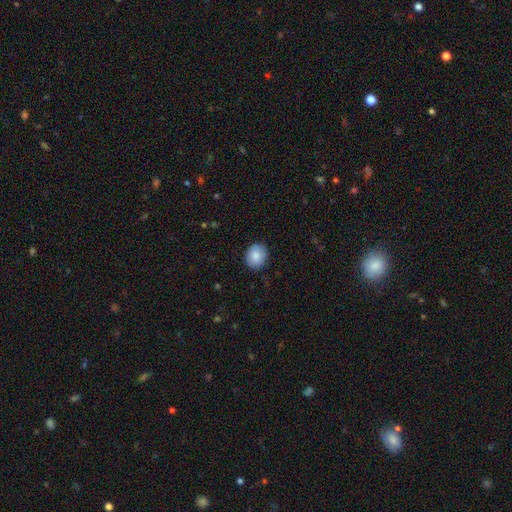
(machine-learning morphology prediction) This appears to be a smooth galaxy with no disk features (84%) that is round (64%). Merging: none (85%).